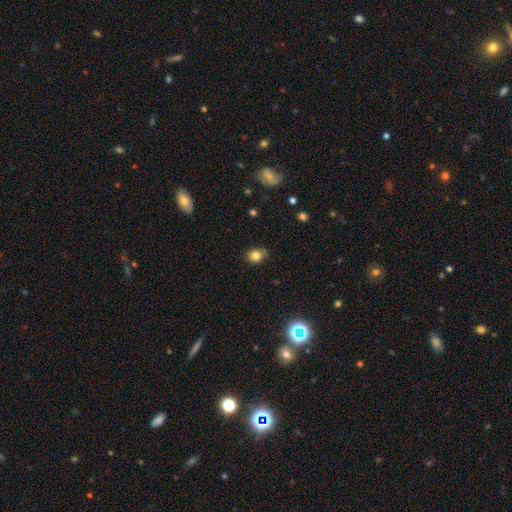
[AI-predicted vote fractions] The model was most divided on "how rounded": round: 60%, in between: 39%, cigar-shaped: 1%. More confident: smooth or featured — smooth (82%); merging — none (78%).